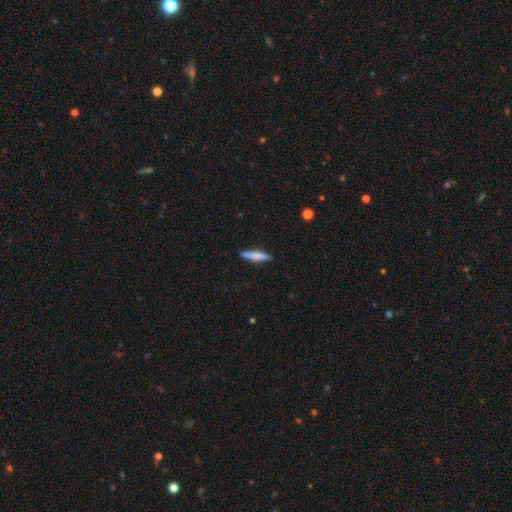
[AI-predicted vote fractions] Smooth or featured? Predicted: smooth (p=0.63). How rounded? Predicted: cigar-shaped (p=0.85). Merging? Predicted: none (p=0.87).